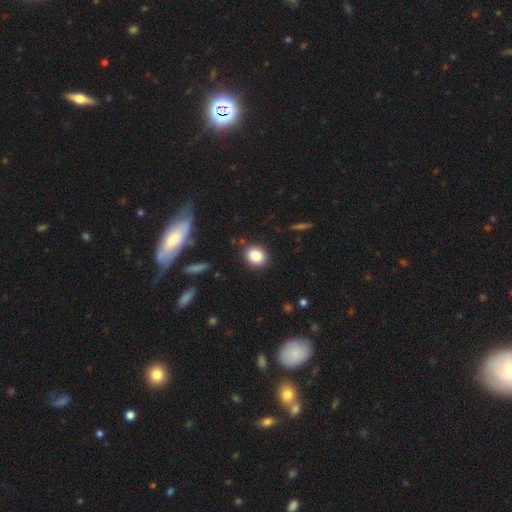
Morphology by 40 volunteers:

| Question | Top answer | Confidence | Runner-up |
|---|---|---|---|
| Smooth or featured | smooth | 95% | featured or disk (2%) |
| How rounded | round | 55% | in between (45%) |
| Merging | none | 97% | minor disturbance (3%) |